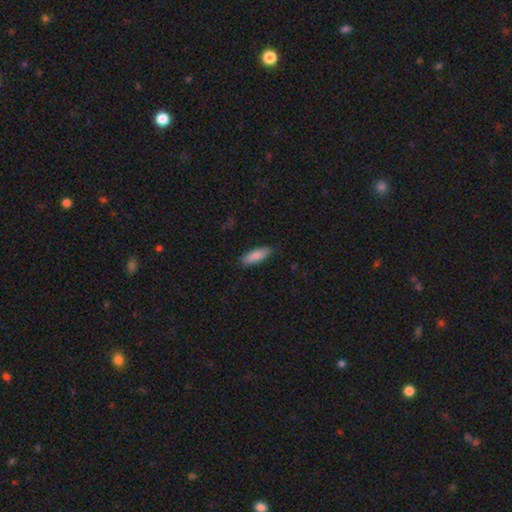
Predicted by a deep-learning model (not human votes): smooth 88%, featured or disk 6%, star or artifact 6%. Down the decision tree: how rounded — in between (54%); merging — none (85%).